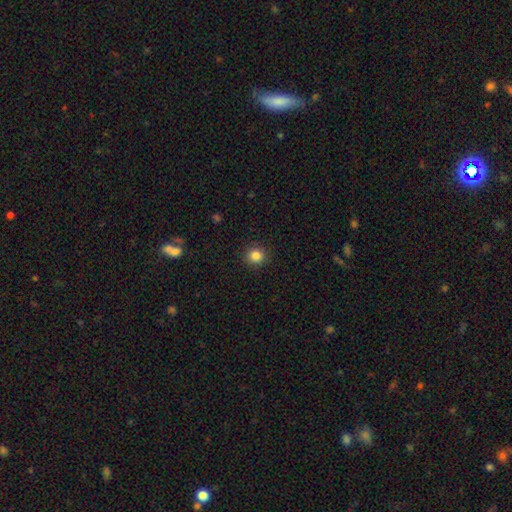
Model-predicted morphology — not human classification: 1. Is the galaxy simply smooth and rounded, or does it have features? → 85% smooth, 11% star or artifact, 4% featured or disk.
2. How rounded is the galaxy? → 92% round, 8% in between, 1% cigar-shaped.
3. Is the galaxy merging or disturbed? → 91% none, 6% minor disturbance, 2% major disturbance, 1% merger.